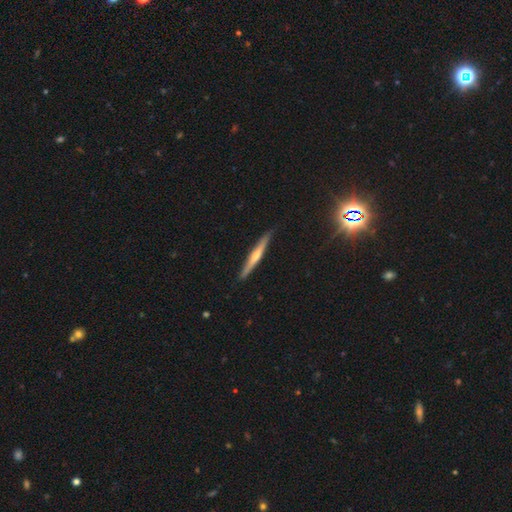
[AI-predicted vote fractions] featured or disk 66%, smooth 25%, star or artifact 8%. Down the decision tree: edge-on disk — yes (97%); edge-on bulge — rounded (79%); merging — none (90%).